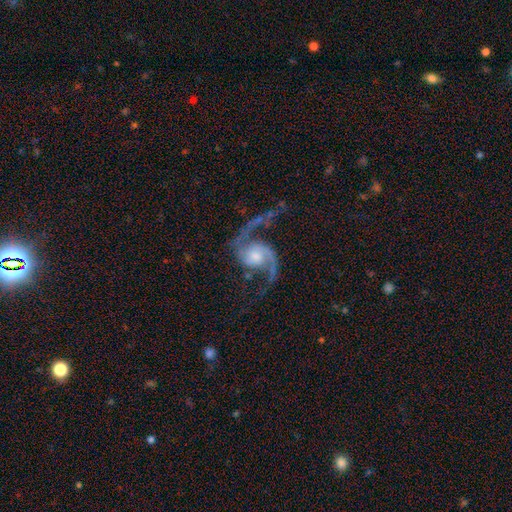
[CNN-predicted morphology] smooth_or_featured: featured or disk (p=0.92) [alt: star or artifact p=0.04]
disk_edge_on: no (p=0.98) [alt: yes p=0.02]
bar: no (p=0.65) [alt: weak p=0.28]
has_spiral_arms: yes (p=0.98) [alt: no p=0.02]
spiral_winding: loose (p=0.61) [alt: medium p=0.33]
spiral_arm_count: 2 (p=0.94) [alt: 1 p=0.02]
bulge_size: moderate (p=0.45) [alt: small p=0.30]
merging: none (p=0.68) [alt: minor disturbance p=0.15]